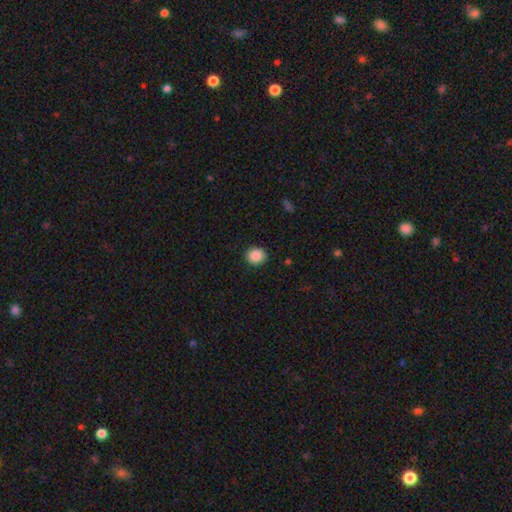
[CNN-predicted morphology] Smooth or featured: smooth — 89% (star or artifact — 9%)
How rounded: round — 86% (in between — 13%)
Merging: none — 91% (minor disturbance — 6%)